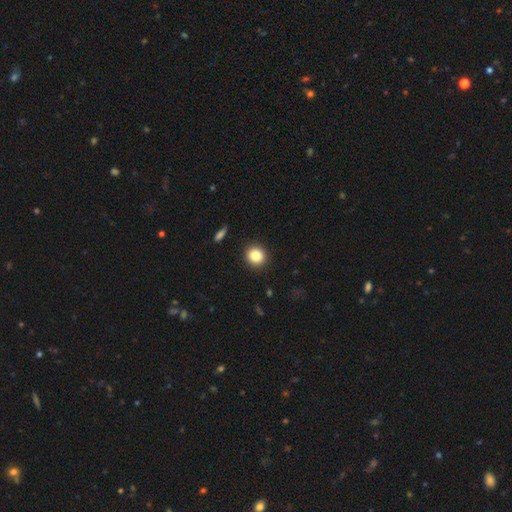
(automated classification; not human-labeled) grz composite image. It shows a smooth galaxy with no disk features (85%) that is round (86%). Merging: none (91%).